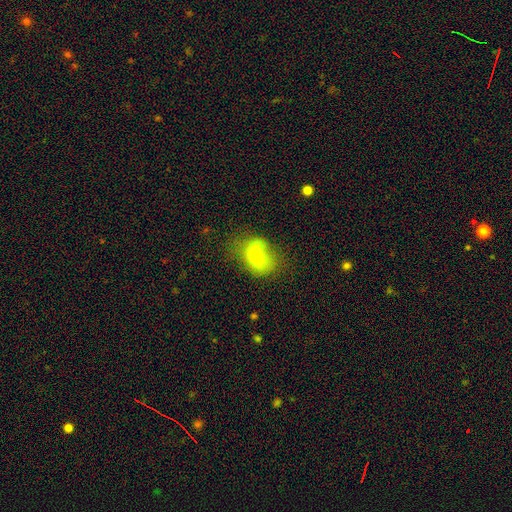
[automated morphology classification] smooth_or_featured: smooth (p=0.61) [alt: featured or disk p=0.29]
how_rounded: in between (p=0.78) [alt: round p=0.19]
merging: none (p=0.39) [alt: minor disturbance p=0.30]